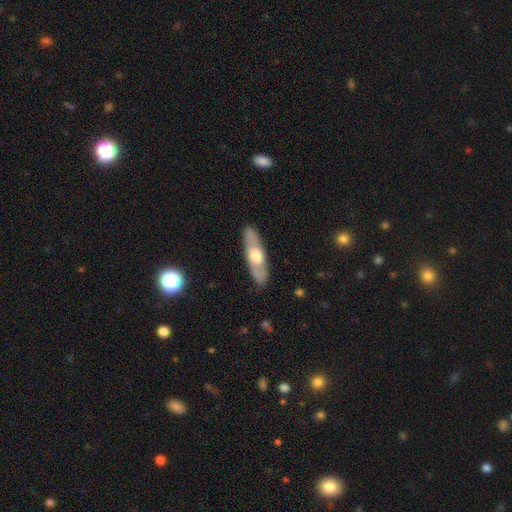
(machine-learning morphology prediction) Q: Smooth or featured?
A: featured or disk (58%); runner-up: smooth (36%)
Q: Edge-on disk?
A: no (59%); runner-up: yes (41%)
Q: Merging?
A: none (87%); runner-up: minor disturbance (9%)